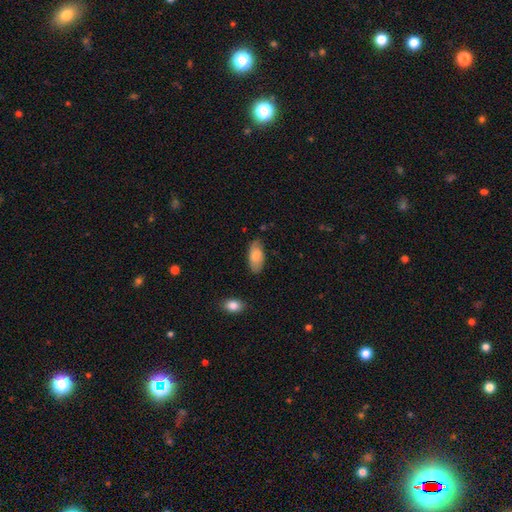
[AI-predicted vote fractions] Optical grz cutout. It shows a smooth galaxy with no disk features (81%) that is in between round and cigar-shaped (92%). Merging: none (77%).